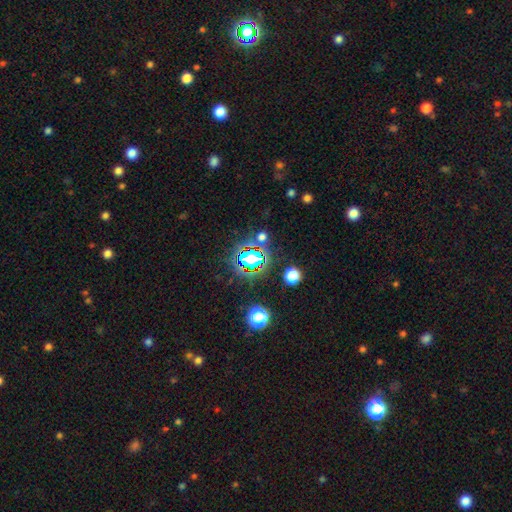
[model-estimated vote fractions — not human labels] smooth-or-featured: star or artifact: 78% | smooth: 13% | featured or disk: 8%